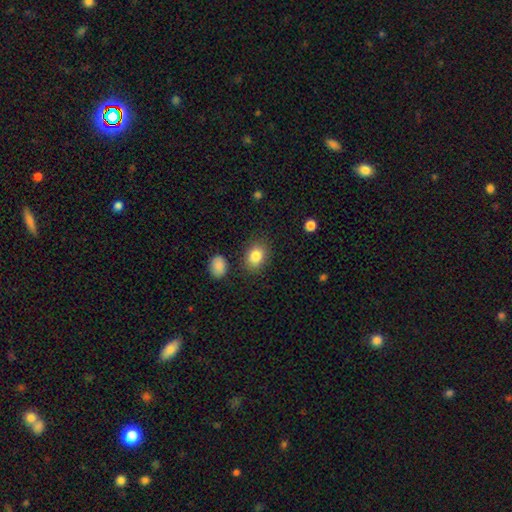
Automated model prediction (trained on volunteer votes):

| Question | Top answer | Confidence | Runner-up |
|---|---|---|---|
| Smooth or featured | smooth | 84% | star or artifact (9%) |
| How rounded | in between | 69% | round (30%) |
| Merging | none | 82% | minor disturbance (11%) |